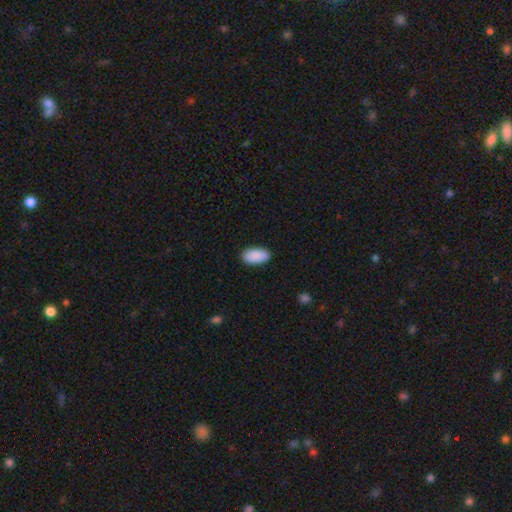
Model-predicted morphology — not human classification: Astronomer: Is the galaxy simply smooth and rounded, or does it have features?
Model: smooth — 91%.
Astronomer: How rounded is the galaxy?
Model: in between — 95%.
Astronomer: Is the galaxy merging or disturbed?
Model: none — 89%.